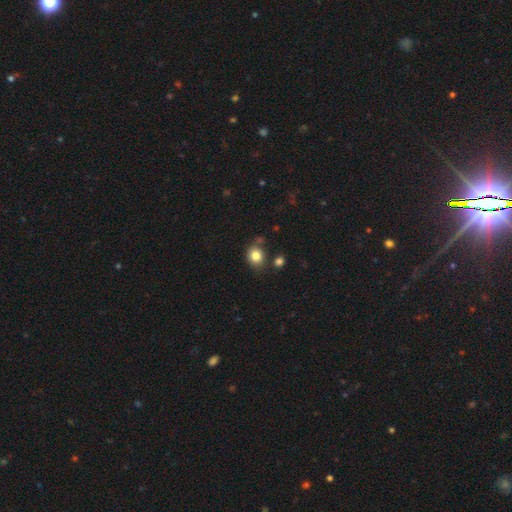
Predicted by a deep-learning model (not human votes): Smooth or featured? Predicted: smooth (p=0.83). How rounded? Predicted: round (p=0.62). Merging? Predicted: none (p=0.69).